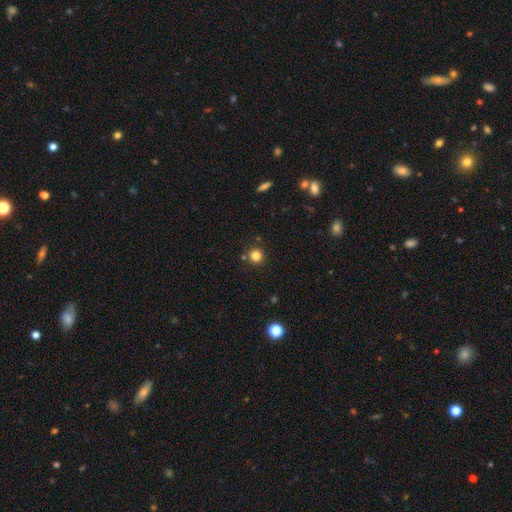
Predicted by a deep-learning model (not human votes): Smooth or featured: smooth — 82% (star or artifact — 13%)
How rounded: round — 93% (in between — 6%)
Merging: none — 83% (minor disturbance — 8%)